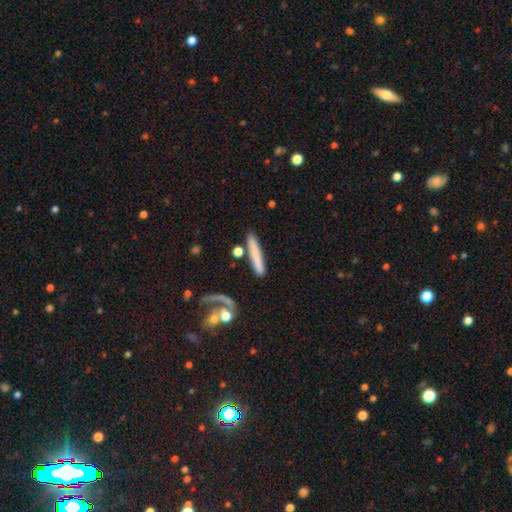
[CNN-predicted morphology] This is likely a smooth galaxy (68%). How rounded: clearly cigar-shaped (92%). Merging: likely none (77%).